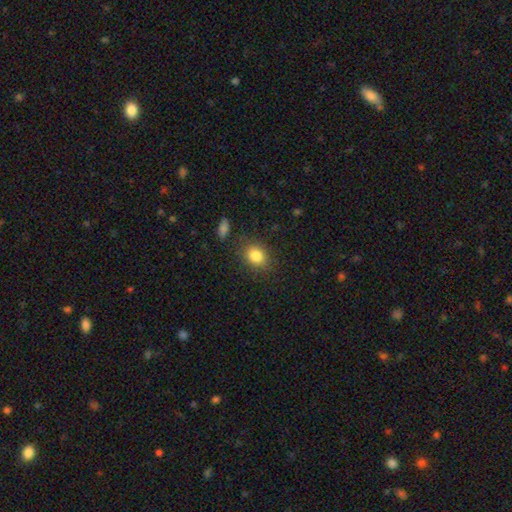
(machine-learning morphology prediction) smooth-or-featured: smooth: 83% | star or artifact: 10% | featured or disk: 7%
  how-rounded: round: 52% | in between: 47% | cigar-shaped: 1%
  merging: none: 84% | minor disturbance: 11% | major disturbance: 3% | merger: 2%